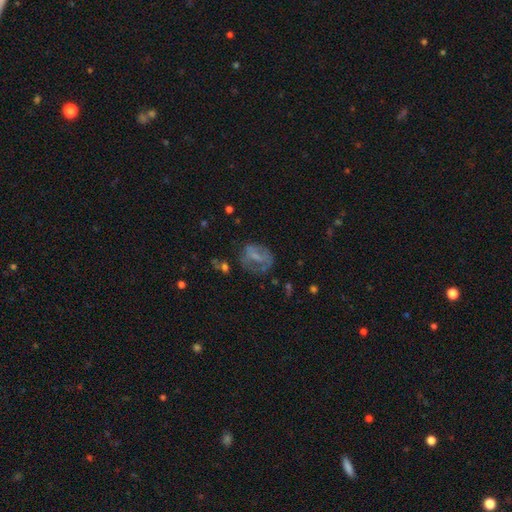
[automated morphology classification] Smooth or featured? featured or disk (44%)
Merging? none (46%)